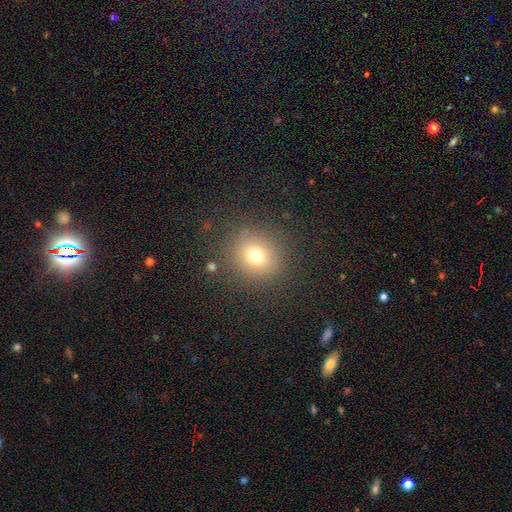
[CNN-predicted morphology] smooth-or-featured: smooth: 73% | star or artifact: 17% | featured or disk: 10%
  how-rounded: round: 84% | in between: 15% | cigar-shaped: 1%
  merging: none: 85% | minor disturbance: 9% | major disturbance: 5% | merger: 2%